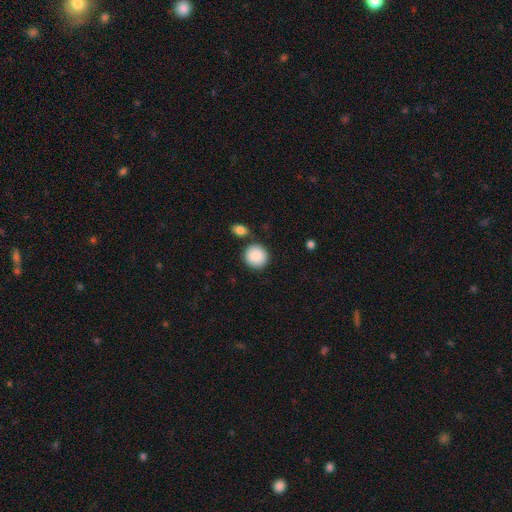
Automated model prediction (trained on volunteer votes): smooth_or_featured: smooth (p=0.89) [alt: star or artifact p=0.07]
how_rounded: round (p=0.93) [alt: in between p=0.06]
merging: none (p=0.81) [alt: minor disturbance p=0.09]